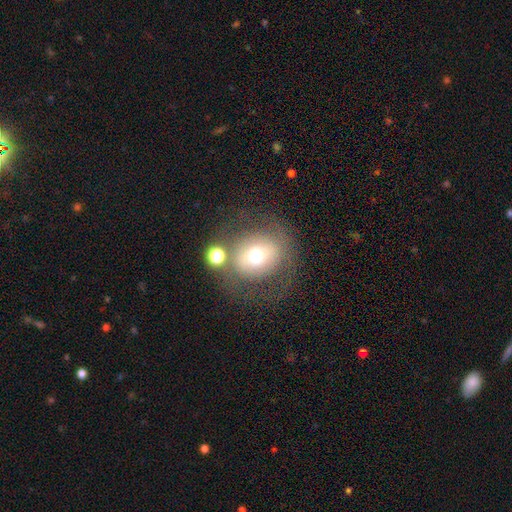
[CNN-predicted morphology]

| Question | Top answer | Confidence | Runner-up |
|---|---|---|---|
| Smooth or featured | smooth | 60% | featured or disk (24%) |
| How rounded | round | 76% | in between (23%) |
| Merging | none | 59% | minor disturbance (15%) |